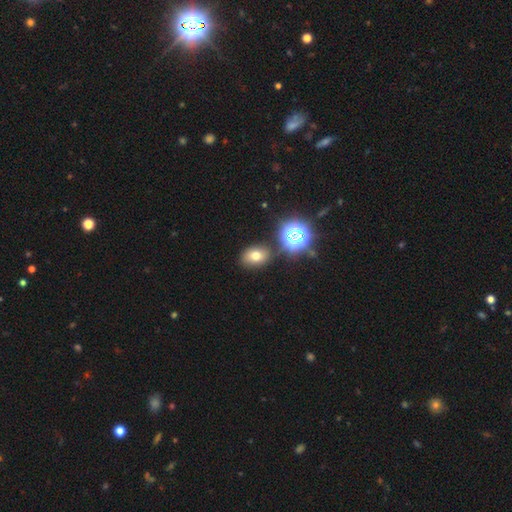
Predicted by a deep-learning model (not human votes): Smooth or featured? Predicted: smooth (p=0.68). How rounded? Predicted: in between (p=0.68). Merging? Predicted: none (p=0.80).